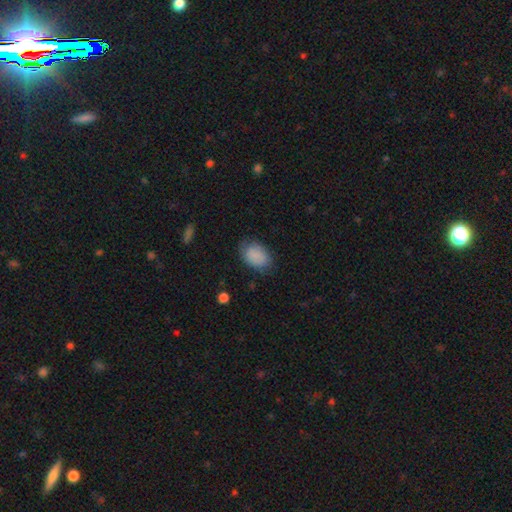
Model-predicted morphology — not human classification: Smooth or featured: smooth — 87% (star or artifact — 7%)
How rounded: in between — 83% (round — 16%)
Merging: none — 74% (minor disturbance — 20%)